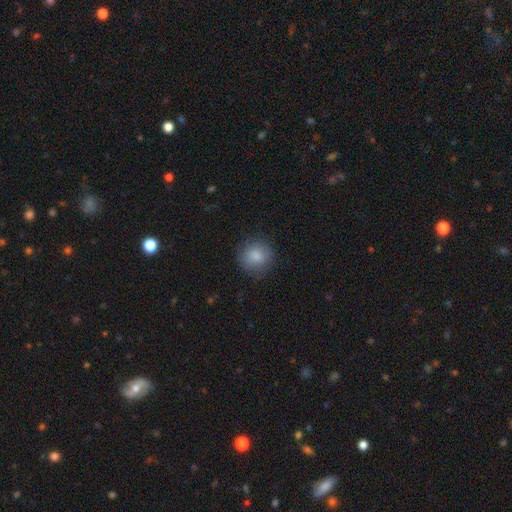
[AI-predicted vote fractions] smooth_or_featured: smooth (p=0.85) [alt: star or artifact p=0.08]
how_rounded: round (p=0.89) [alt: in between p=0.10]
merging: none (p=0.82) [alt: minor disturbance p=0.13]